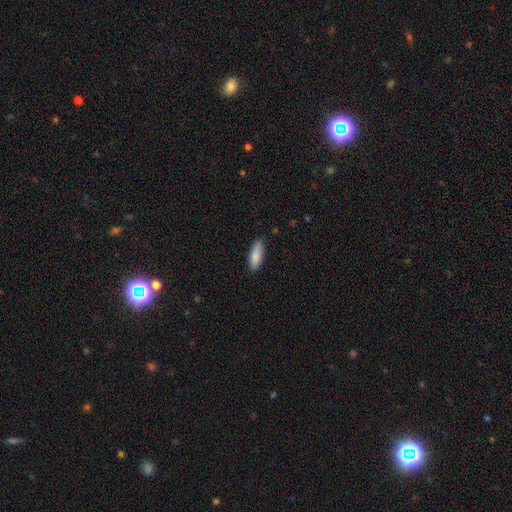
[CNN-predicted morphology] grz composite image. It shows a smooth galaxy with no disk features (88%) that is in between round and cigar-shaped (63%). Merging: none (87%).